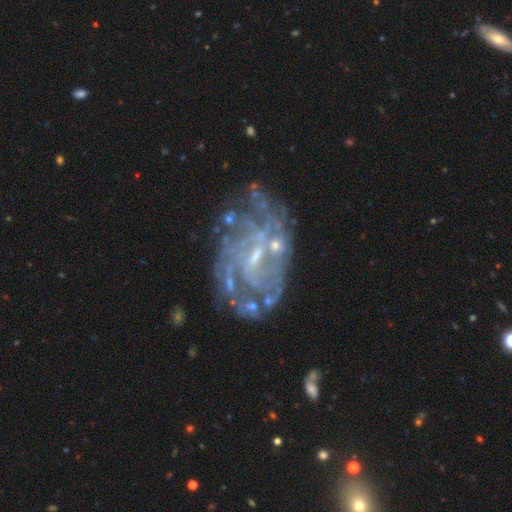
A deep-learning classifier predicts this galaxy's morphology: type=featured or disk (82%); edge-on=no (97%); bar=weak (50%); spiral arms=yes (75%); winding=tight (50%); arm count=can't tell (55%); bulge=small (61%); merging=none (57%).